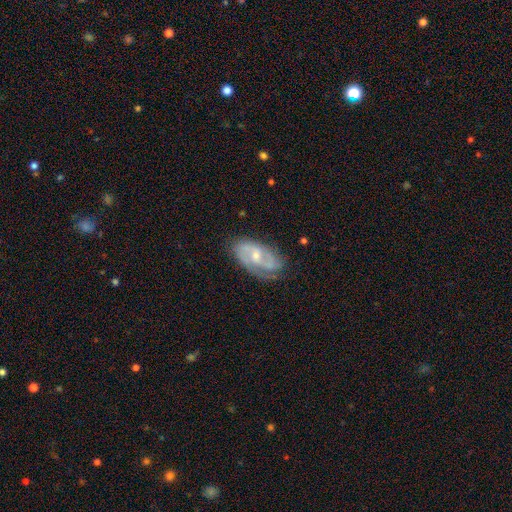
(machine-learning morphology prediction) A featured or disk galaxy (80%) with no bar (47%), 2 (66%) medium (45%) spiral arms (94%) and a small central bulge (50%). Merging: none (67%).